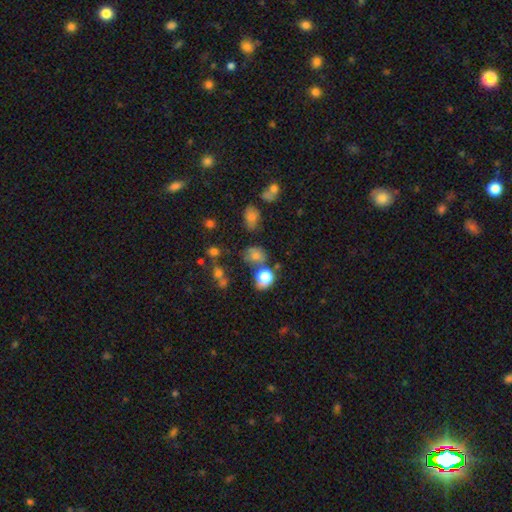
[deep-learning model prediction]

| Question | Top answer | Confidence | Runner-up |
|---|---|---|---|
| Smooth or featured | smooth | 71% | star or artifact (19%) |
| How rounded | round | 60% | in between (39%) |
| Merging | none | 55% | merger (22%) |